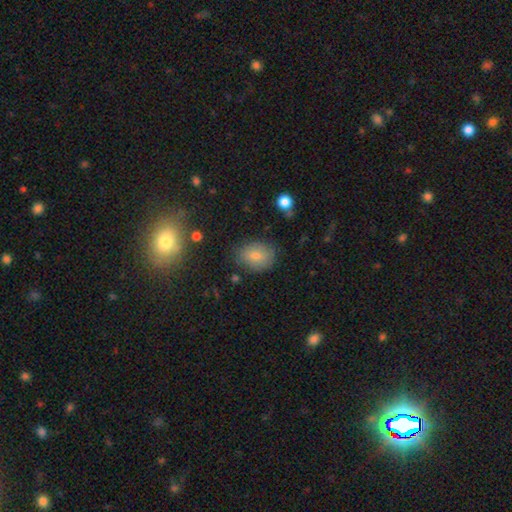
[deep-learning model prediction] A smooth galaxy with no disk features (71%) that is in between round and cigar-shaped (62%). Merging: none (76%).